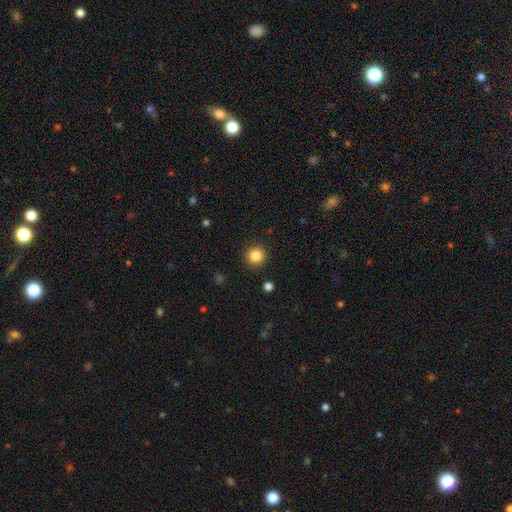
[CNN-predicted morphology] Smooth or featured? Predicted: smooth (p=0.85). How rounded? Predicted: round (p=0.95). Merging? Predicted: none (p=0.91).